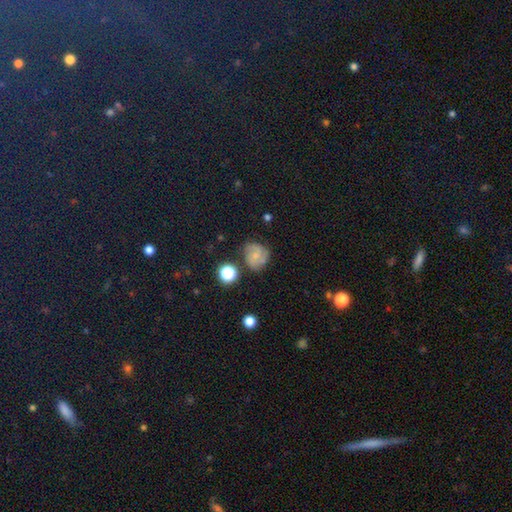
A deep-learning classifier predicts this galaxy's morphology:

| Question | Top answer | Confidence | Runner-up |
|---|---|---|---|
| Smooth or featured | featured or disk | 44% | tied: smooth (44%) |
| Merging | none | 61% | minor disturbance (24%) |